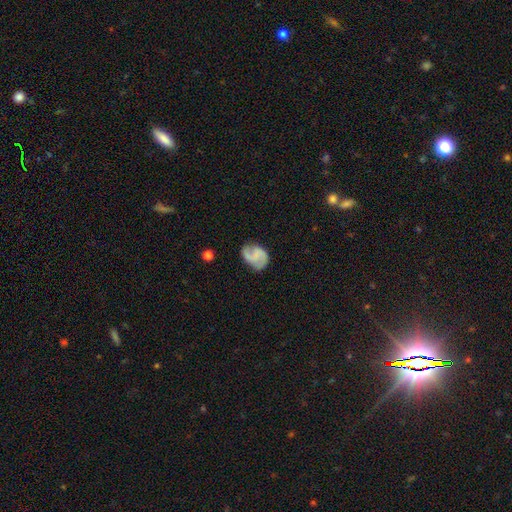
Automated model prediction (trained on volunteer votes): Q: Smooth or featured?
A: featured or disk (64%); runner-up: smooth (28%)
Q: Edge-on disk?
A: no (98%); runner-up: yes (2%)
Q: Bar?
A: no (53%); runner-up: weak (37%)
Q: Spiral arms?
A: yes (91%); runner-up: no (9%)
Q: Spiral winding?
A: medium (43%); runner-up: loose (37%)
Q: Spiral arm count?
A: 2 (82%); runner-up: can't tell (7%)
Q: Bulge size?
A: none (65%); runner-up: small (22%)
Q: Merging?
A: none (66%); runner-up: minor disturbance (22%)